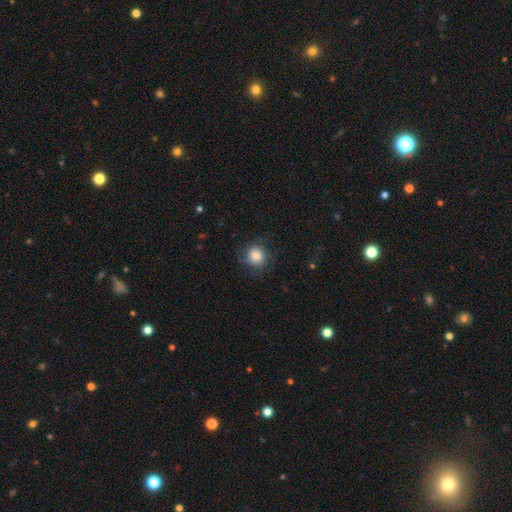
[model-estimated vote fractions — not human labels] A smooth galaxy with no disk features (76%) that is round (89%). Merging: none (73%).